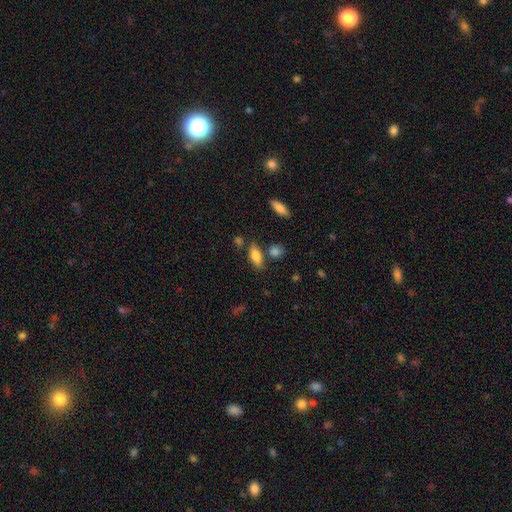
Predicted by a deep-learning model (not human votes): Overall: smooth (80%). How rounded: in between (78%). Merging: none (72%).